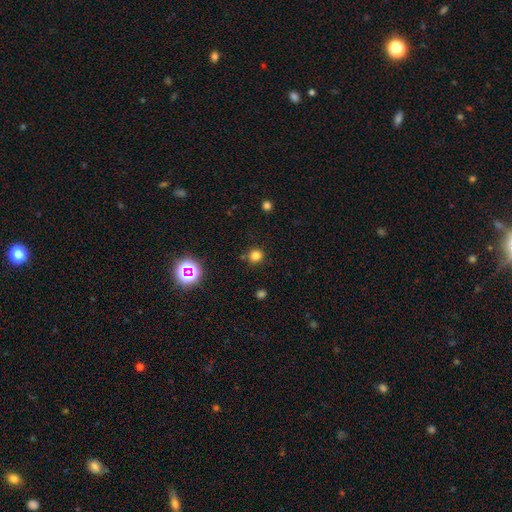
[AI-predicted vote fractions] Smooth or featured? Predicted: smooth (p=0.78). How rounded? Predicted: round (p=0.91). Merging? Predicted: none (p=0.85).